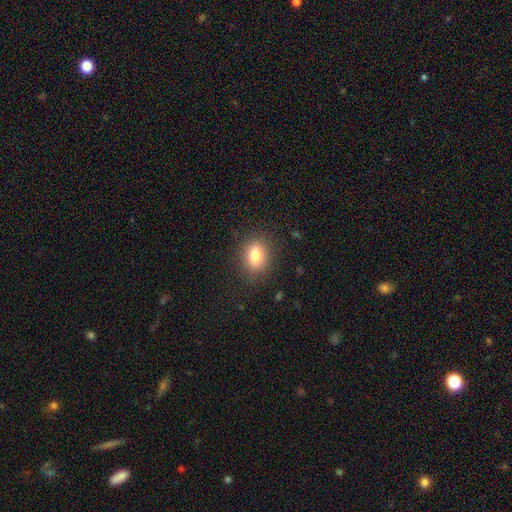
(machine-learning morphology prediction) Smooth or featured? Predicted: smooth (p=0.80). How rounded? Predicted: in between (p=0.68). Merging? Predicted: none (p=0.85).